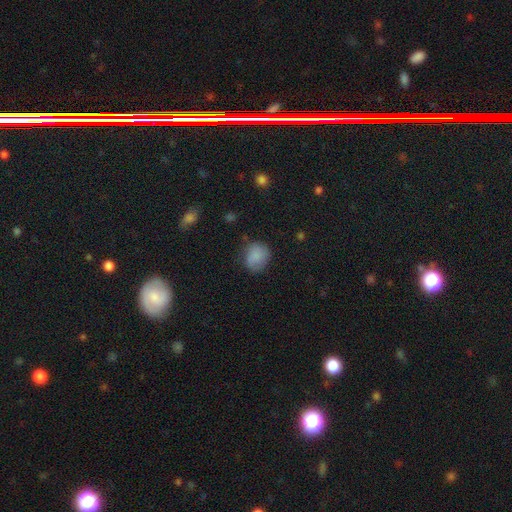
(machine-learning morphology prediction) smooth 83%, star or artifact 9%, featured or disk 9%. Down the decision tree: how rounded — round (72%); merging — none (68%).